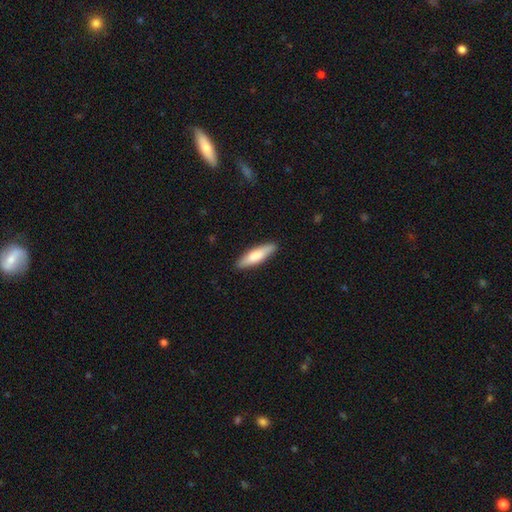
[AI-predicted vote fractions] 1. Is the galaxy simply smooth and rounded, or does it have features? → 72% smooth, 23% featured or disk, 5% star or artifact.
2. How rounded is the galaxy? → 70% cigar-shaped, 29% in between, 2% round.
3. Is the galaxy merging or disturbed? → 89% none, 9% minor disturbance, 2% major disturbance, 1% merger.